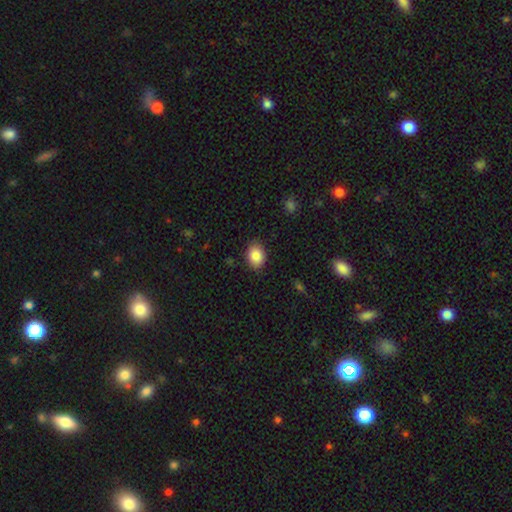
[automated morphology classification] Smooth or featured? smooth (86%)
How rounded? in between (64%)
Merging? none (86%)